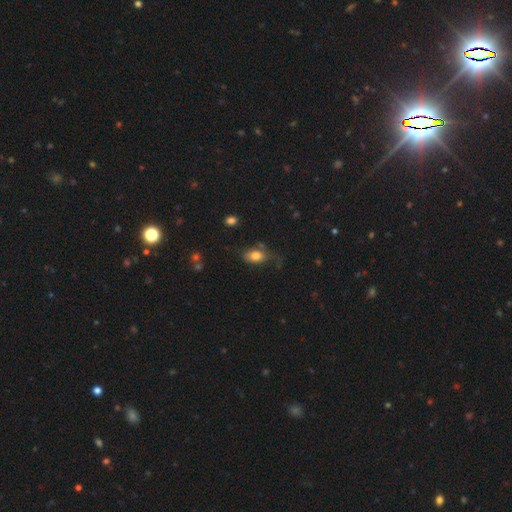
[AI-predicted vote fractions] Smooth or featured? Predicted: smooth (p=0.79). How rounded? Predicted: in between (p=0.85). Merging? Predicted: none (p=0.55).